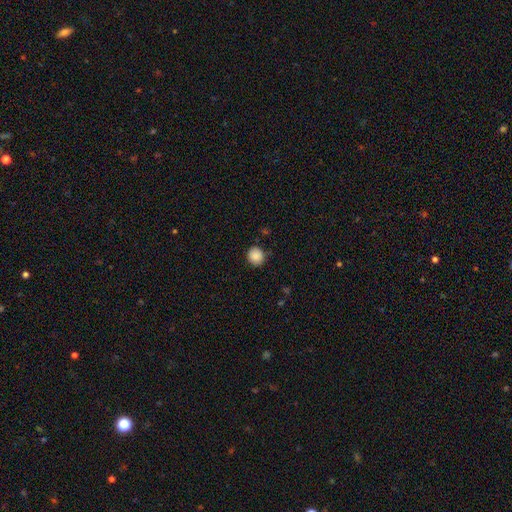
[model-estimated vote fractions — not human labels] Q: Smooth or featured?
A: smooth (88%); runner-up: star or artifact (9%)
Q: How rounded?
A: round (87%); runner-up: in between (12%)
Q: Merging?
A: none (88%); runner-up: minor disturbance (9%)